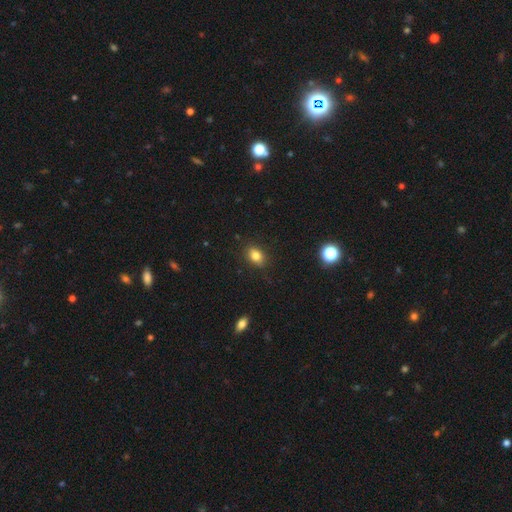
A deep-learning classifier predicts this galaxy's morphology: A smooth galaxy with no disk features (81%) that is in between round and cigar-shaped (77%). Merging: none (86%).